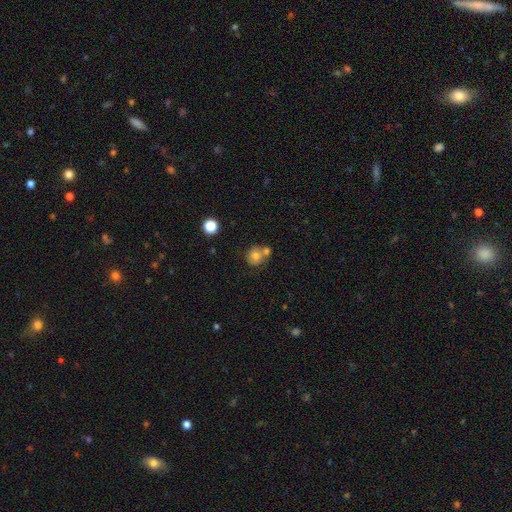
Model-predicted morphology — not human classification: Smooth or featured?
  - smooth: 72% *
  - featured or disk: 16%
  - star or artifact: 11%
How rounded?
  - round: 85% *
  - in between: 14%
  - cigar-shaped: 1%
Merging?
  - none: 49% *
  - merger: 37%
  - minor disturbance: 10%
  - major disturbance: 4%